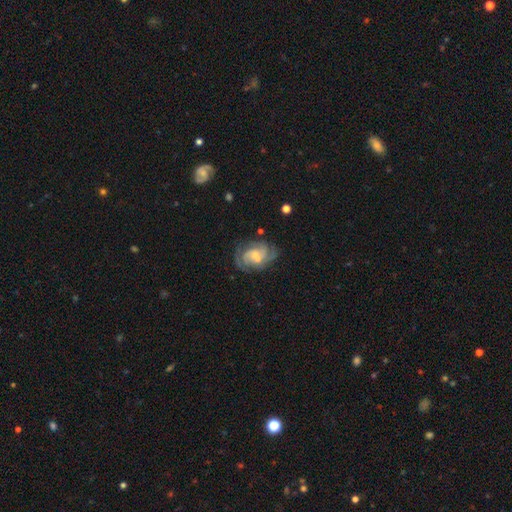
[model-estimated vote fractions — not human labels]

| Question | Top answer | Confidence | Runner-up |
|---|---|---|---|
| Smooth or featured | featured or disk | 80% | smooth (13%) |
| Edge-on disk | no | 97% | yes (3%) |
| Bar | no | 54% | weak (38%) |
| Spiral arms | yes | 93% | no (7%) |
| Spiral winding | tight | 45% | medium (42%) |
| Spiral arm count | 2 | 35% | can't tell (25%) |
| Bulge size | small | 58% | moderate (27%) |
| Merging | none | 63% | minor disturbance (20%) |